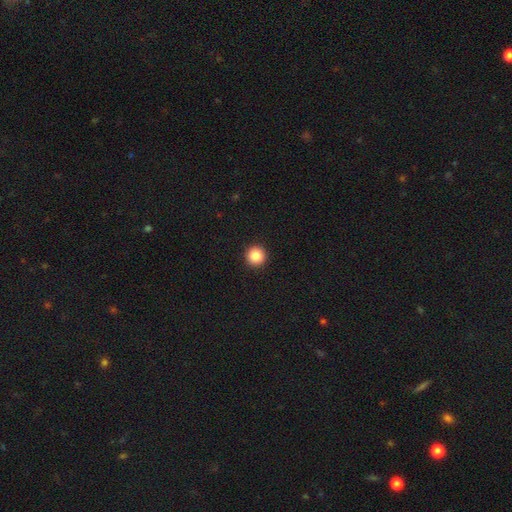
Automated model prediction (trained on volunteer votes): A smooth galaxy with no disk features (87%) that is round (96%). Merging: none (94%).